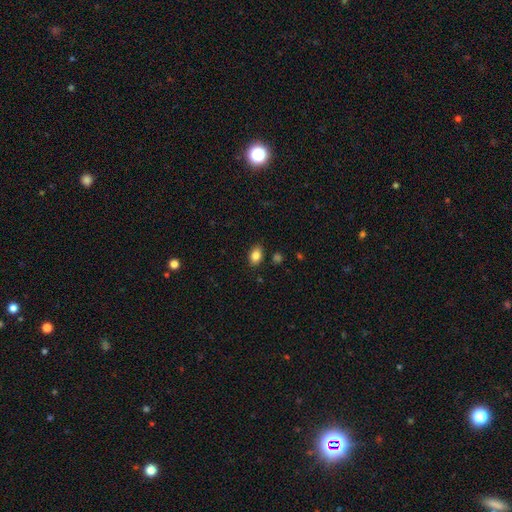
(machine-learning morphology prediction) smooth_or_featured: smooth (p=0.84) [alt: star or artifact p=0.09]
how_rounded: in between (p=0.83) [alt: round p=0.15]
merging: none (p=0.86) [alt: minor disturbance p=0.10]